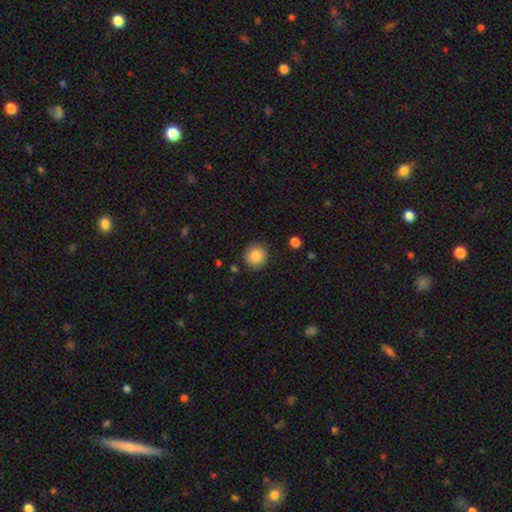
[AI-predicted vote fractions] Smooth or featured?
  - smooth: 86% *
  - star or artifact: 9%
  - featured or disk: 5%
How rounded?
  - round: 94% *
  - in between: 5%
  - cigar-shaped: 1%
Merging?
  - none: 90% *
  - minor disturbance: 7%
  - major disturbance: 2%
  - merger: 1%